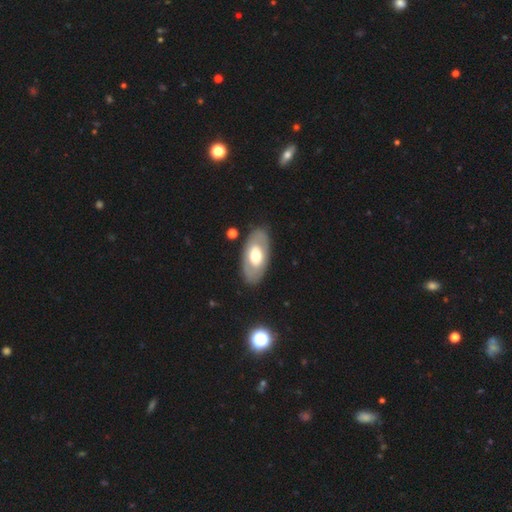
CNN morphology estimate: This appears to be a featured or disk galaxy (50%). Merging: none (84%).